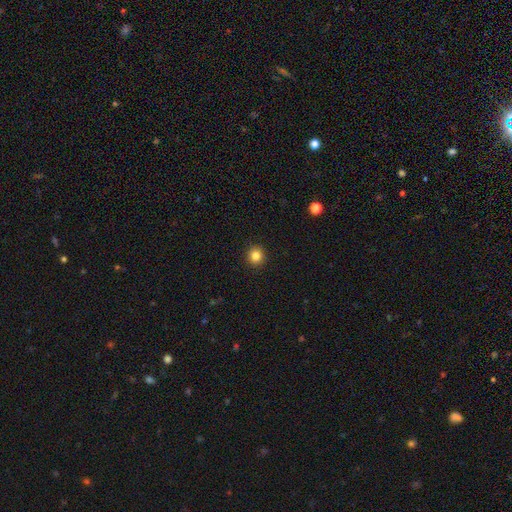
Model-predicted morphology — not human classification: This is clearly a smooth galaxy (84%). How rounded: clearly round (93%). Merging: clearly none (93%).